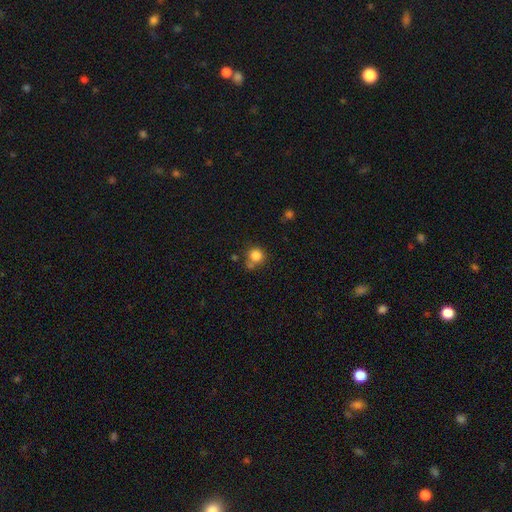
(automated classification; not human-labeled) Overall: smooth (83%). How rounded: round (90%). Merging: none (64%).